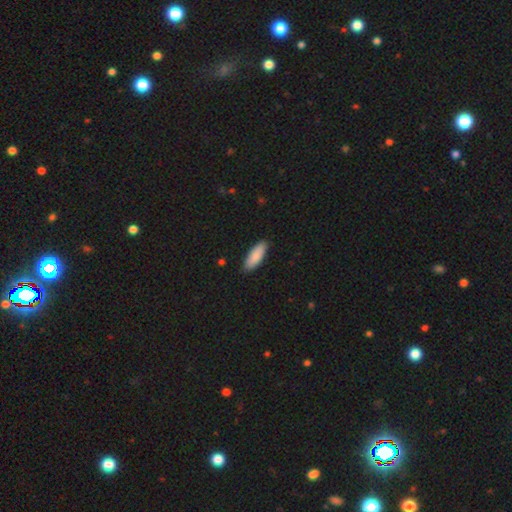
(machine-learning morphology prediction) A smooth galaxy with no disk features (89%) that is in between round and cigar-shaped (69%).

Vote fractions:
- Smooth or featured? smooth: 89% / star or artifact: 5% / featured or disk: 5%
- How rounded? in between: 69% / cigar-shaped: 29% / round: 2%
- Merging? none: 88% / minor disturbance: 9% / major disturbance: 2% / merger: 1%